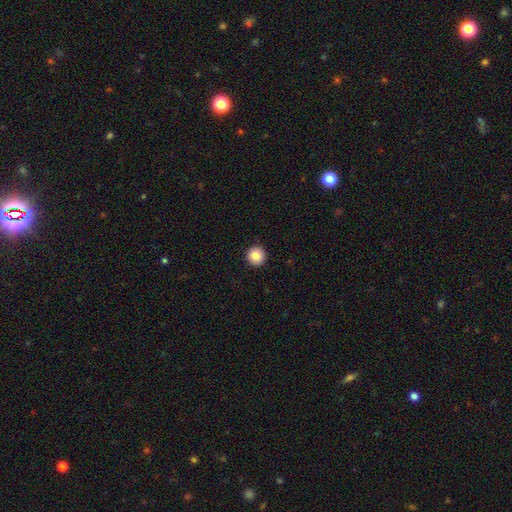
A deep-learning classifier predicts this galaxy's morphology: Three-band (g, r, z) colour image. It shows a smooth galaxy with no disk features (84%) that is round (95%). Merging: none (93%).